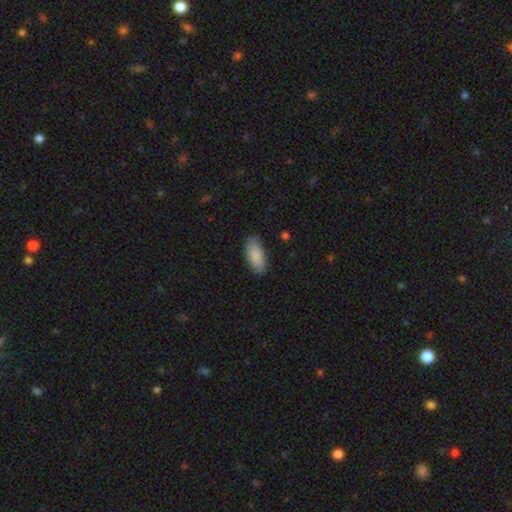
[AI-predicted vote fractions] This appears to be a smooth galaxy with no disk features (89%) that is in between round and cigar-shaped (88%). Merging: none (82%).